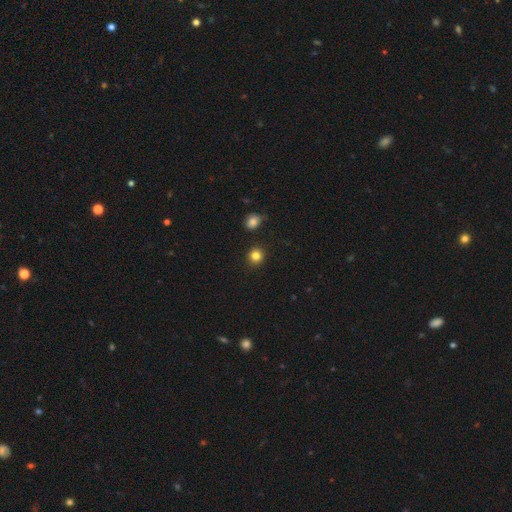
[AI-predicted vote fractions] A smooth galaxy with no disk features (83%) that is round (90%). Merging: none (90%).